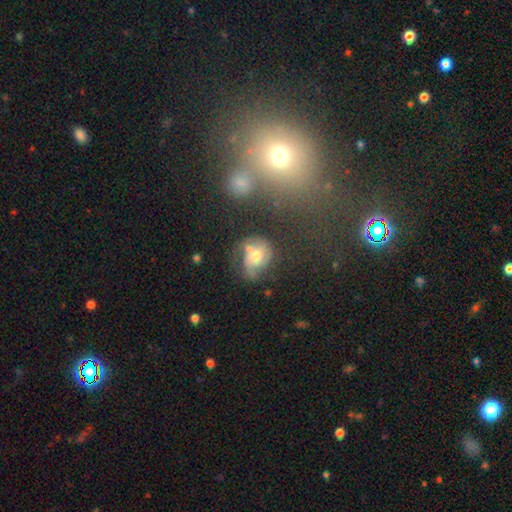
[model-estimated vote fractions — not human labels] This appears to be a featured or disk galaxy (58%) with no bar (71%), spiral arms (80%) and a moderate central bulge (64%). Merging: none (44%).